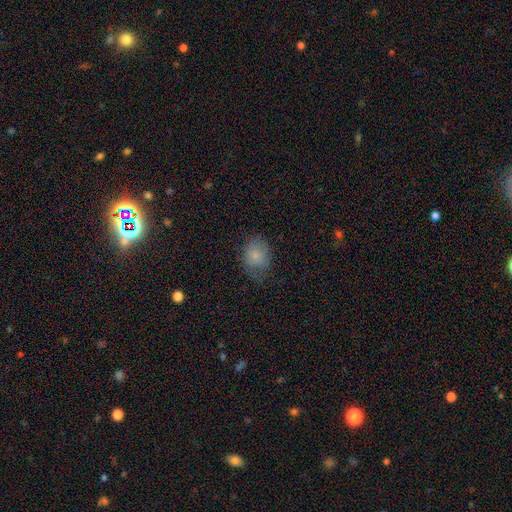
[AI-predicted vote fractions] Smooth or featured?
  - smooth: 80% *
  - featured or disk: 12%
  - star or artifact: 8%
How rounded?
  - in between: 61% *
  - round: 38%
  - cigar-shaped: 1%
Merging?
  - none: 60% *
  - minor disturbance: 28%
  - major disturbance: 11%
  - merger: 1%